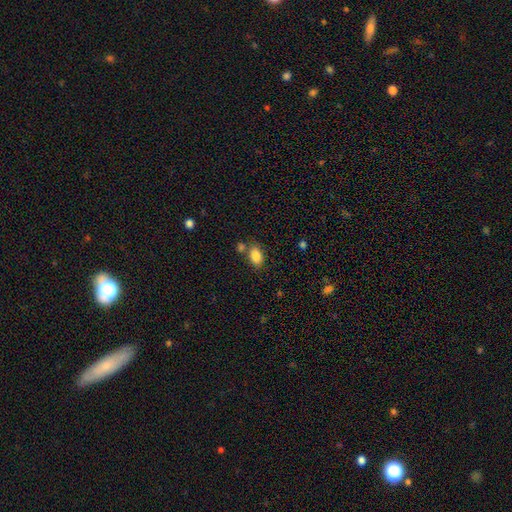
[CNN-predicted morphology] A smooth galaxy with no disk features (85%) that is in between round and cigar-shaped (86%).

Vote fractions:
- Smooth or featured? smooth: 85% / star or artifact: 9% / featured or disk: 6%
- How rounded? in between: 86% / round: 12% / cigar-shaped: 2%
- Merging? none: 64% / merger: 17% / minor disturbance: 14% / major disturbance: 4%